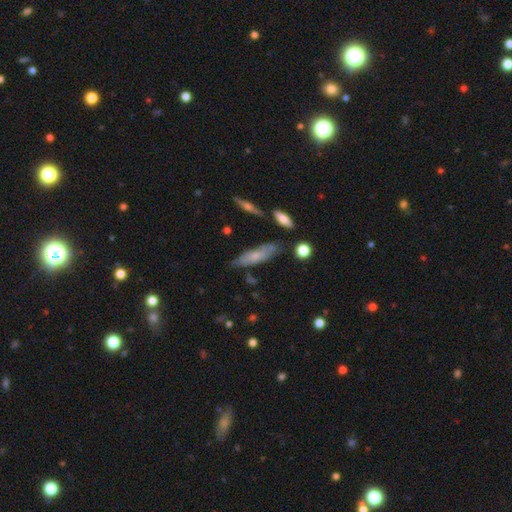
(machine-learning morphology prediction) Overall: smooth (56%; featured or disk 35%). How rounded: cigar-shaped (54%; in between 44%). Merging: none (64%).